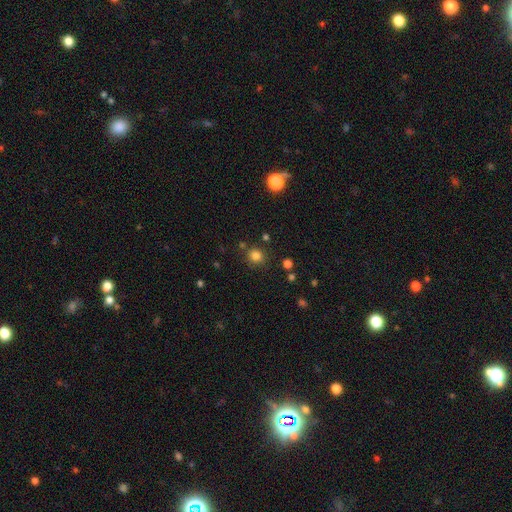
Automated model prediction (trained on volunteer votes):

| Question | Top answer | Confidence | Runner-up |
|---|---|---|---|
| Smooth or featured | smooth | 81% | star or artifact (15%) |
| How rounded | round | 85% | in between (14%) |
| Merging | none | 83% | minor disturbance (9%) |